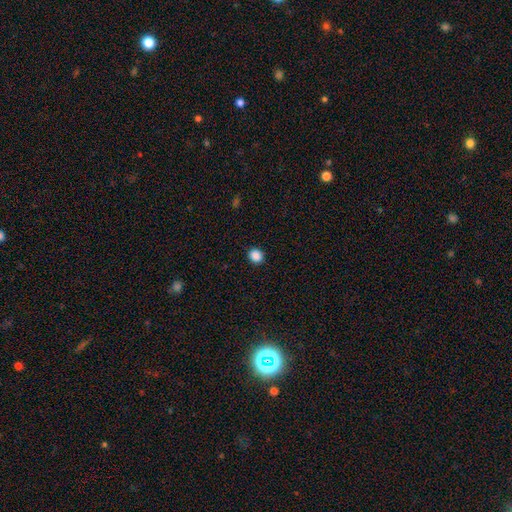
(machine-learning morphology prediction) smooth-or-featured: smooth: 88% | star or artifact: 10% | featured or disk: 2%
  how-rounded: round: 80% | in between: 19% | cigar-shaped: 1%
  merging: none: 91% | minor disturbance: 6% | major disturbance: 2% | merger: 1%